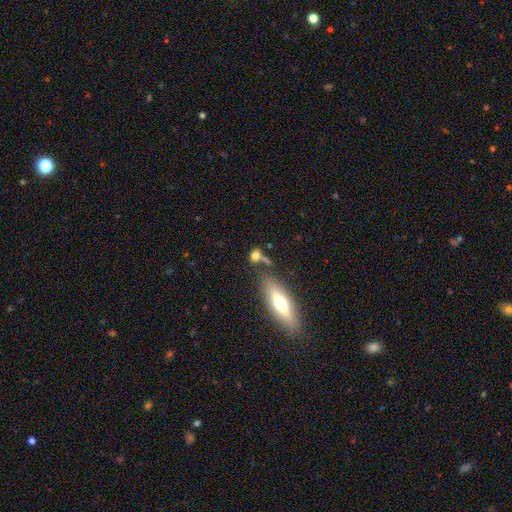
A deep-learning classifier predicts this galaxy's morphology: Smooth or featured? Predicted: smooth (p=0.70). How rounded? Predicted: in between (p=0.44). Merging? Predicted: none (p=0.57).